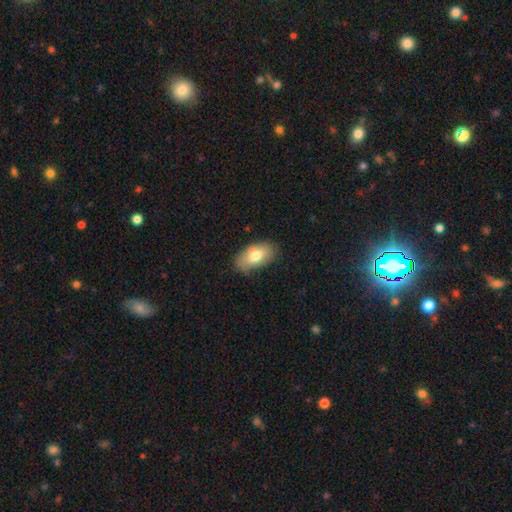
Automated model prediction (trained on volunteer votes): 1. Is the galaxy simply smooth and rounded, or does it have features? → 74% smooth, 19% featured or disk, 7% star or artifact.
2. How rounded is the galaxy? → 93% in between, 4% round, 3% cigar-shaped.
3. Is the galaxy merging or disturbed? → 72% none, 22% minor disturbance, 5% major disturbance, 2% merger.